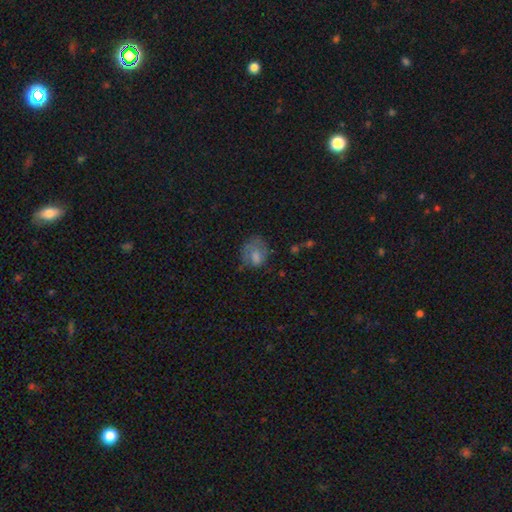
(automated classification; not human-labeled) Smooth or featured? smooth (53%)
How rounded? round (55%)
Merging? none (45%)